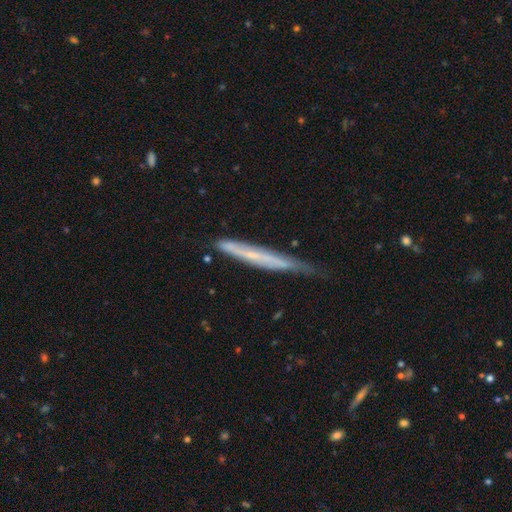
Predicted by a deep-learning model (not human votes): Overall: featured or disk (50%; smooth 43%). Merging: none (58%; minor disturbance 33%).